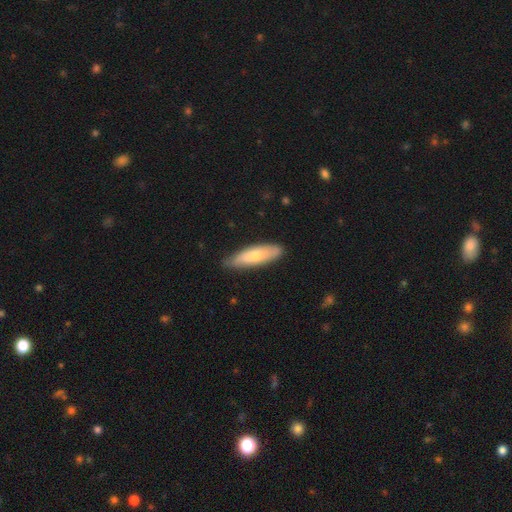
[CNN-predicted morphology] Smooth or featured? smooth (66%)
How rounded? cigar-shaped (59%)
Merging? none (79%)